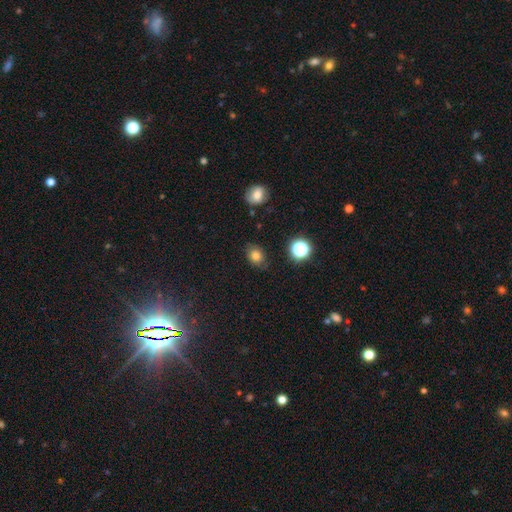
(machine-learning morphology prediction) smooth_or_featured: smooth (p=0.78) [alt: star or artifact p=0.14]
how_rounded: in between (p=0.54) [alt: round p=0.45]
merging: none (p=0.77) [alt: minor disturbance p=0.17]